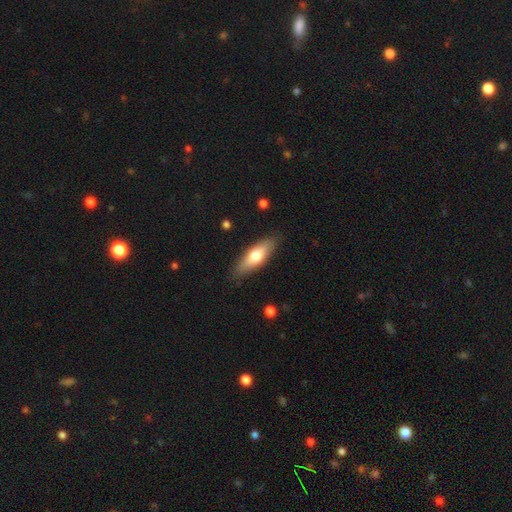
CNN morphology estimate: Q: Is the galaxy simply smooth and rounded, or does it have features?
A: smooth — 62%.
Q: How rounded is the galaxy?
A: in between — 51%.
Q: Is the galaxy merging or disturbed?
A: none — 86%.